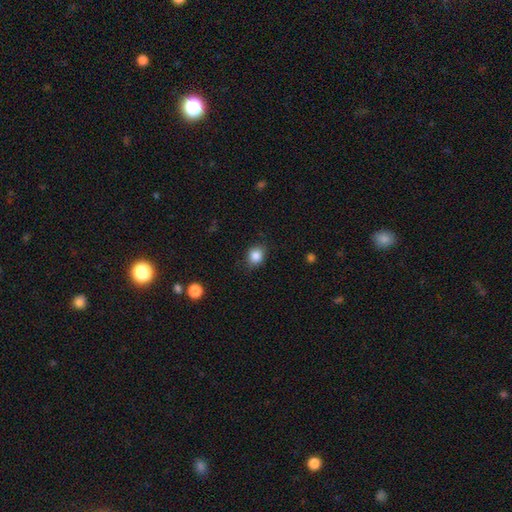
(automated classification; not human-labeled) This appears to be a smooth galaxy with no disk features (86%) that is round (65%). Merging: none (82%).